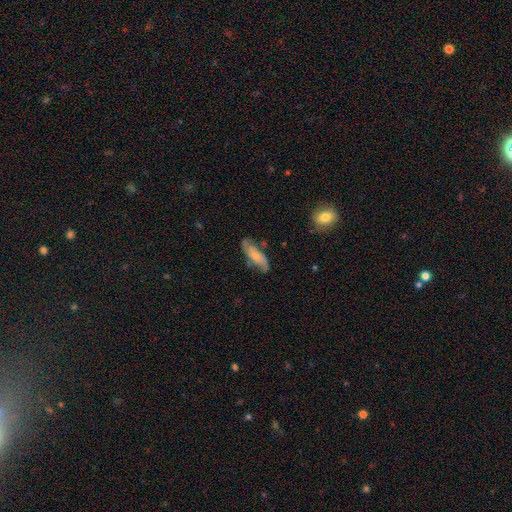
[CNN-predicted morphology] Overall: smooth (47%; featured or disk 46%). Merging: none (72%).